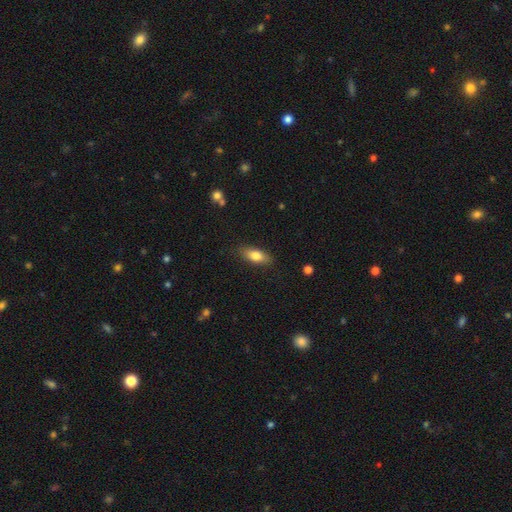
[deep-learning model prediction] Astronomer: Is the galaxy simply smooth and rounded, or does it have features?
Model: smooth — 77%.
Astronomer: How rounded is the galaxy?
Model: in between — 77%.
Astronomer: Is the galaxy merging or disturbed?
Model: none — 84%.